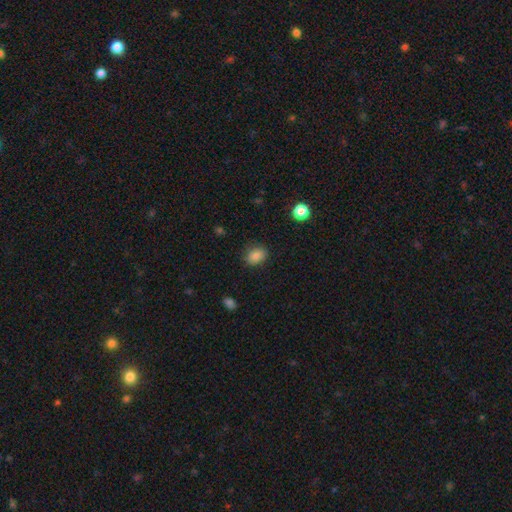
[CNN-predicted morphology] The model was most divided on "how rounded": in between: 62%, round: 37%, cigar-shaped: 1%. More confident: smooth or featured — smooth (84%); merging — none (82%).